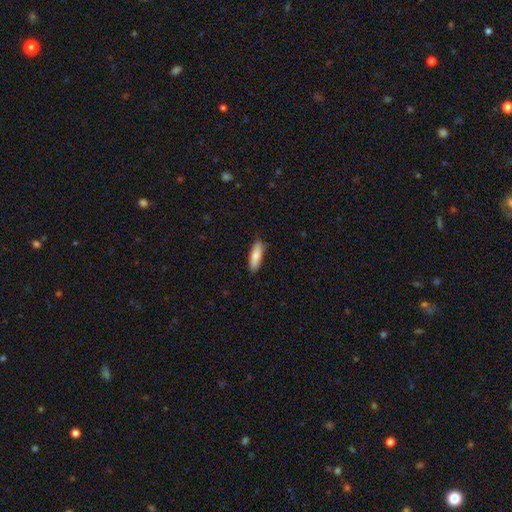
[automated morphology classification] Overall: smooth (84%). How rounded: cigar-shaped (52%; in between 46%). Merging: none (87%).